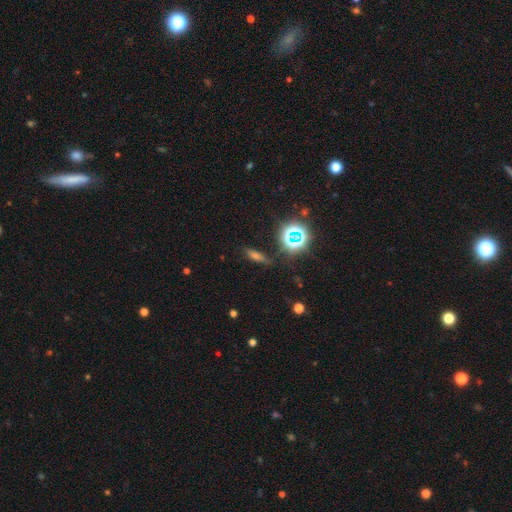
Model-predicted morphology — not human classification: type=smooth (47%); merging=none (82%).